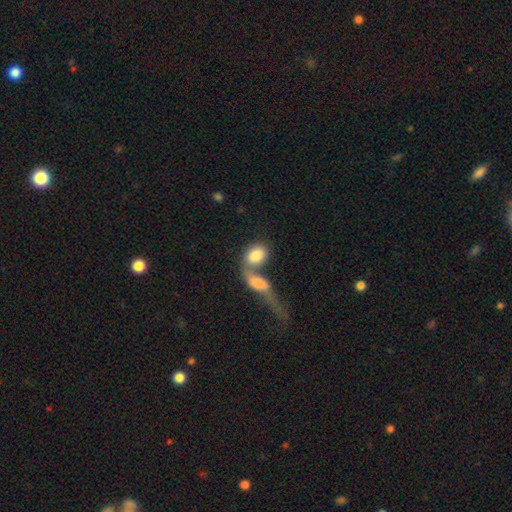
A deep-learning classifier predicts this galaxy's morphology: A smooth galaxy with no disk features (79%) that is in between round and cigar-shaped (76%). Merging: merger (65%).